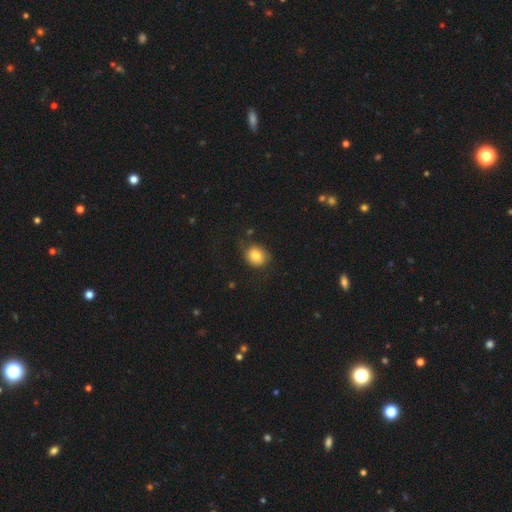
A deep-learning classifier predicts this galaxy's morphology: smooth_or_featured: smooth (p=0.82) [alt: featured or disk p=0.09]
how_rounded: round (p=0.60) [alt: in between p=0.39]
merging: none (p=0.70) [alt: minor disturbance p=0.21]